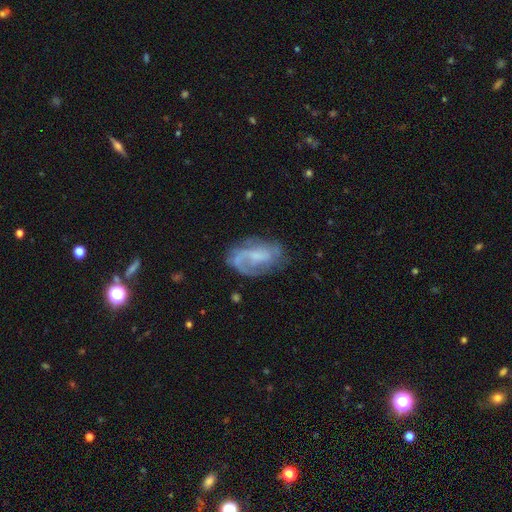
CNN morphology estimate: featured or disk 66%, smooth 25%, star or artifact 10%. Down the decision tree: edge-on disk — no (95%); bar — no (50%); spiral arms — yes (82%); spiral arm count — 2 (40%); spiral winding — medium (40%); bulge size — none (34%, tied with small); merging — none (62%).